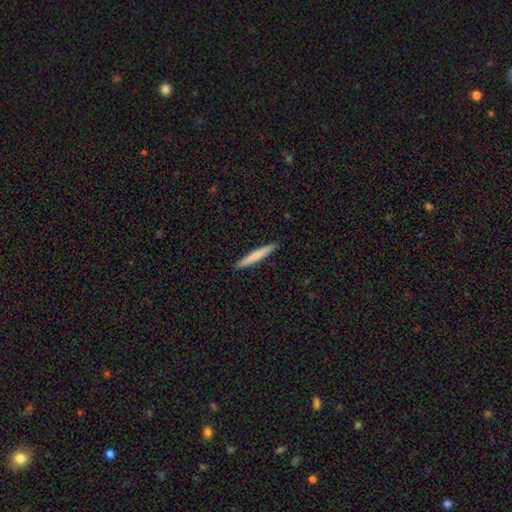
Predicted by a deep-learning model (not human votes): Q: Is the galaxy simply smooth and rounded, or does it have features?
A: smooth — 73%.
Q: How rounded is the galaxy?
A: cigar-shaped — 96%.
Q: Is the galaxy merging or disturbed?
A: none — 93%.